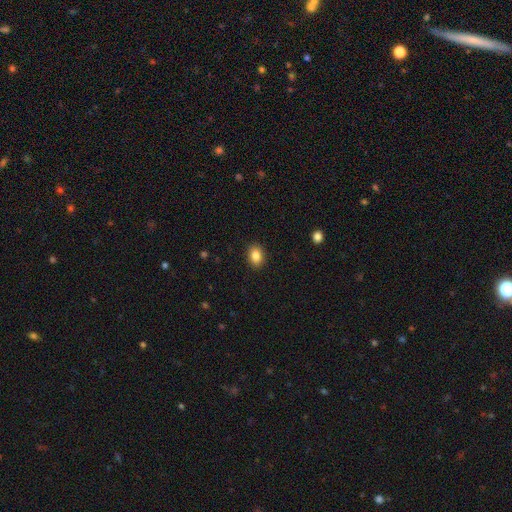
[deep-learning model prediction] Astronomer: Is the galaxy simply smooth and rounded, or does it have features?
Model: smooth — 85%.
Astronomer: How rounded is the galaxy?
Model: in between — 68%.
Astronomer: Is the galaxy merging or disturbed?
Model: none — 90%.